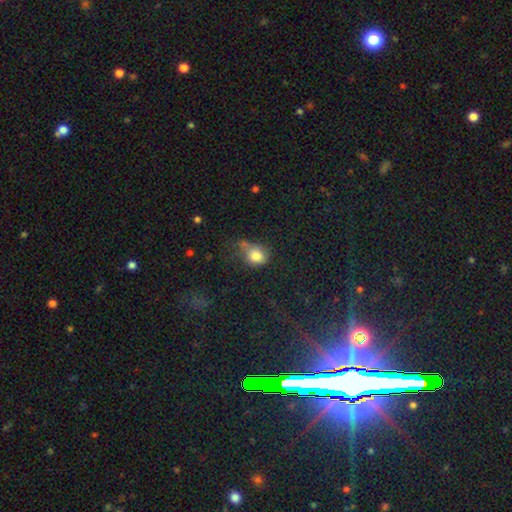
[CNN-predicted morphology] smooth 80%, star or artifact 11%, featured or disk 9%. Down the decision tree: how rounded — round (57%); merging — none (37%).